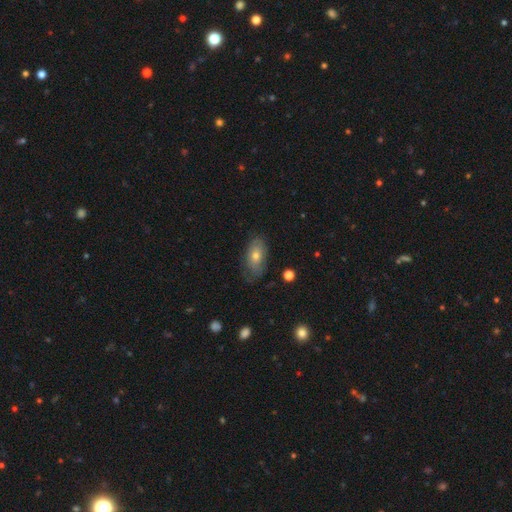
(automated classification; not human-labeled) A smooth galaxy with no disk features (62%) that is in between round and cigar-shaped (87%).

Vote fractions:
- Smooth or featured? smooth: 62% / featured or disk: 29% / star or artifact: 9%
- How rounded? in between: 87% / cigar-shaped: 6% / round: 6%
- Merging? none: 70% / minor disturbance: 23% / major disturbance: 6% / merger: 1%